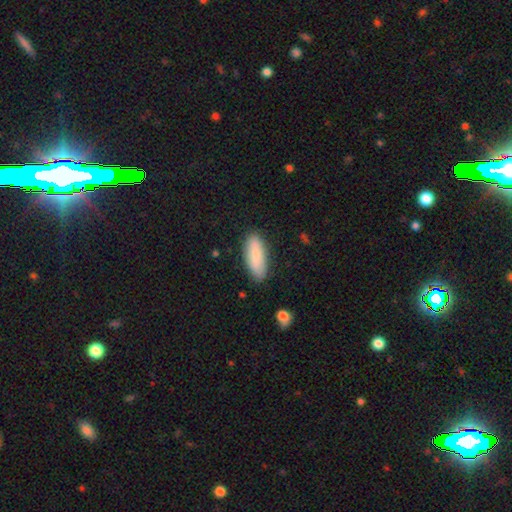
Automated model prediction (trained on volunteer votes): Smooth or featured?
  - smooth: 80% *
  - featured or disk: 14%
  - star or artifact: 6%
How rounded?
  - in between: 70% *
  - cigar-shaped: 28%
  - round: 2%
Merging?
  - none: 85% *
  - minor disturbance: 11%
  - major disturbance: 2%
  - merger: 2%